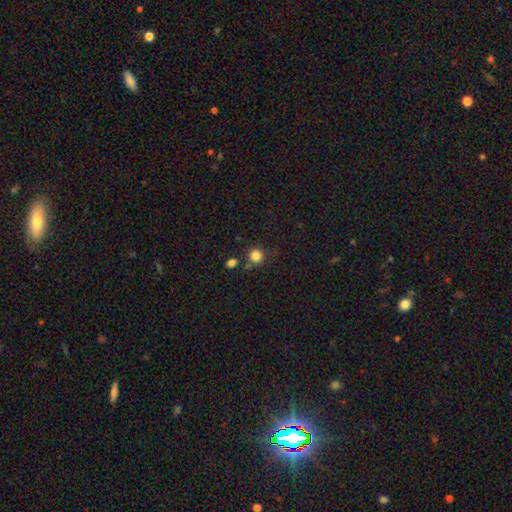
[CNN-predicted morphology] Q: Smooth or featured?
A: smooth (83%); runner-up: star or artifact (12%)
Q: How rounded?
A: round (92%); runner-up: in between (7%)
Q: Merging?
A: none (74%); runner-up: merger (12%)